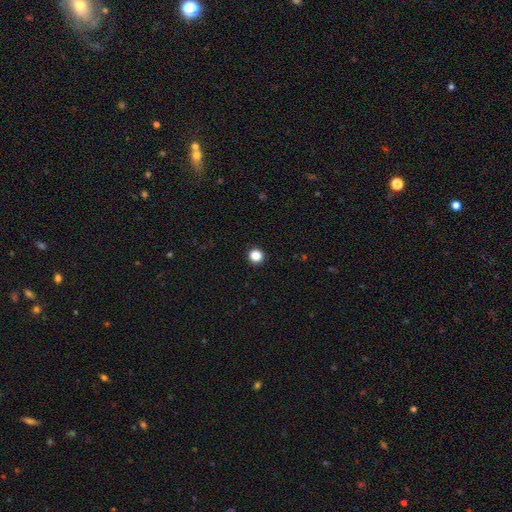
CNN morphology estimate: The model was most divided on "smooth or featured": smooth: 87%, star or artifact: 11%, featured or disk: 3%. More confident: how rounded — round (94%); merging — none (94%).